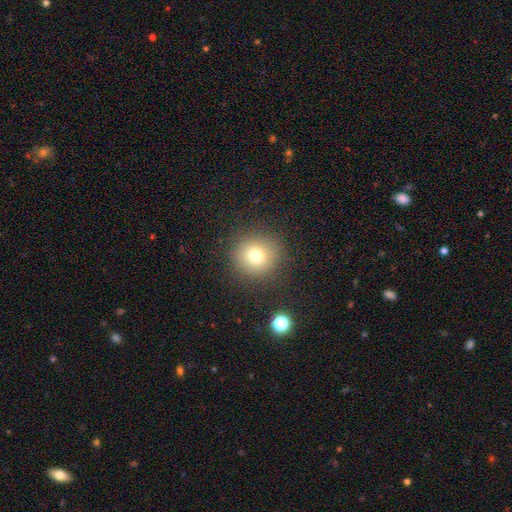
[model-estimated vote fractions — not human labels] smooth-or-featured: smooth: 75% | star or artifact: 14% | featured or disk: 10%
  how-rounded: round: 94% | in between: 6% | cigar-shaped: 1%
  merging: none: 88% | minor disturbance: 7% | major disturbance: 3% | merger: 2%